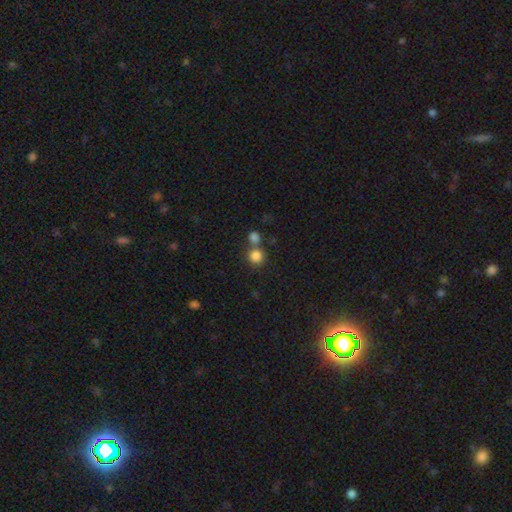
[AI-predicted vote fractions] Morphology: type=smooth (83%); roundness=round (92%); merging=none (61%).